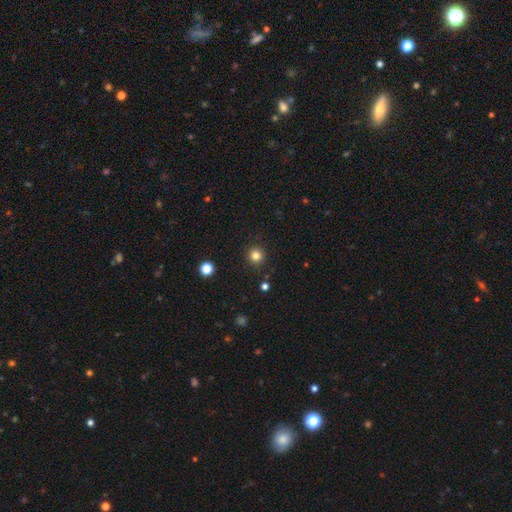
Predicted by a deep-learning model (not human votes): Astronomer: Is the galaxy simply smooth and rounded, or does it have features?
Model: smooth — 82%.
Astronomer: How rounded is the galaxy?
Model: round — 95%.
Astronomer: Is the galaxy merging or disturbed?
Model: none — 92%.